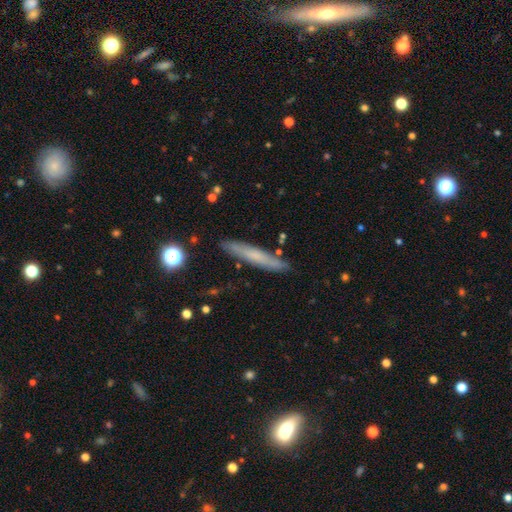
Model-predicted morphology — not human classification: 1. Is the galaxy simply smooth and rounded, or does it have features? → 56% smooth, 36% featured or disk, 8% star or artifact.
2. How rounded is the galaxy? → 94% cigar-shaped, 5% in between, 2% round.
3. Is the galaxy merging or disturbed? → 85% none, 10% minor disturbance, 2% merger, 2% major disturbance.